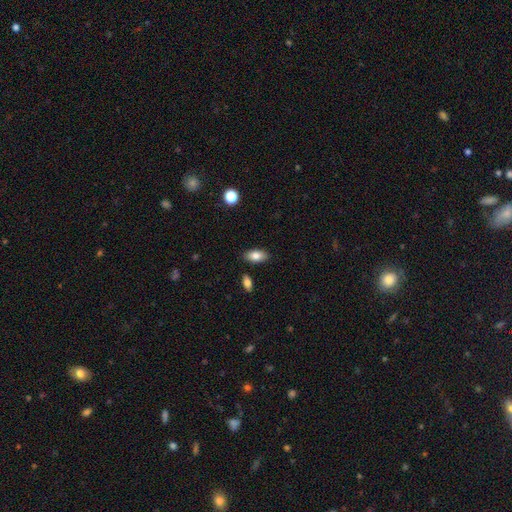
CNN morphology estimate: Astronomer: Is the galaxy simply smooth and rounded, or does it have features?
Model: smooth — 82%.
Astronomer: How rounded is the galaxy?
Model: in between — 92%.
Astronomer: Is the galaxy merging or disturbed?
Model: none — 86%.